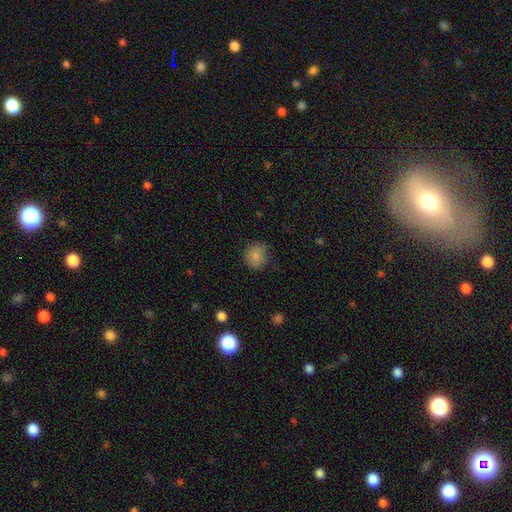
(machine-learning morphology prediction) type=smooth (84%); roundness=round (77%); merging=none (78%).